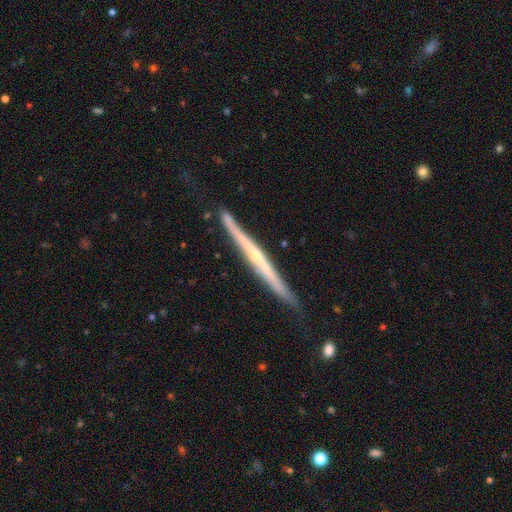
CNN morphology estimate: smooth-or-featured: featured or disk: 78% | smooth: 16% | star or artifact: 5%
  disk-edge-on: yes: 97% | no: 3%
    edge-on-bulge: rounded: 58% | none: 38% | boxy: 4%
  merging: none: 82% | minor disturbance: 14% | major disturbance: 2% | merger: 2%